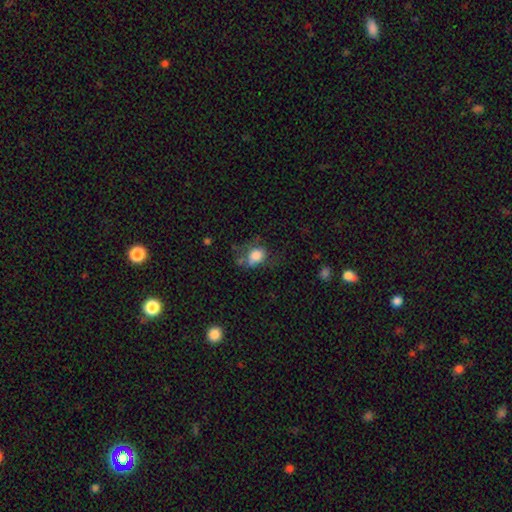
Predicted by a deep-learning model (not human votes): smooth-or-featured: smooth: 76% | featured or disk: 14% | star or artifact: 10%
  how-rounded: in between: 61% | round: 37% | cigar-shaped: 1%
  merging: none: 39% | minor disturbance: 29% | major disturbance: 24% | merger: 8%